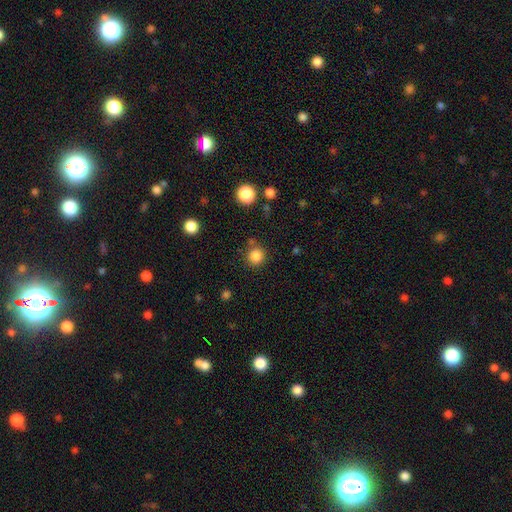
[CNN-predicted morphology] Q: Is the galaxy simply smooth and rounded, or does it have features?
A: smooth — 84%.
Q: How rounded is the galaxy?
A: round — 93%.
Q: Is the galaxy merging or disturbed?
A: none — 80%.